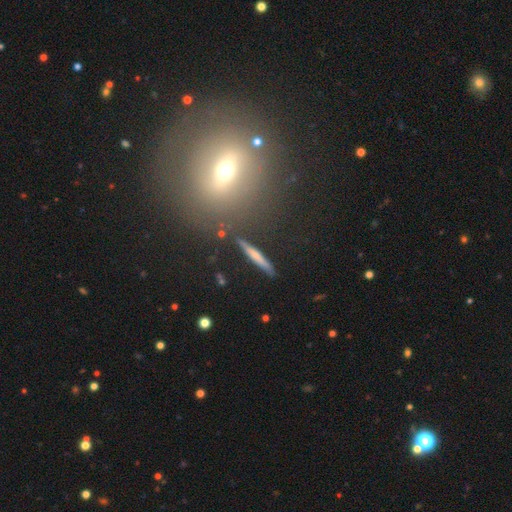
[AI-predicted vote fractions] Smooth or featured: smooth — 54% (featured or disk — 38%)
How rounded: cigar-shaped — 92% (in between — 5%)
Merging: none — 87% (minor disturbance — 9%)